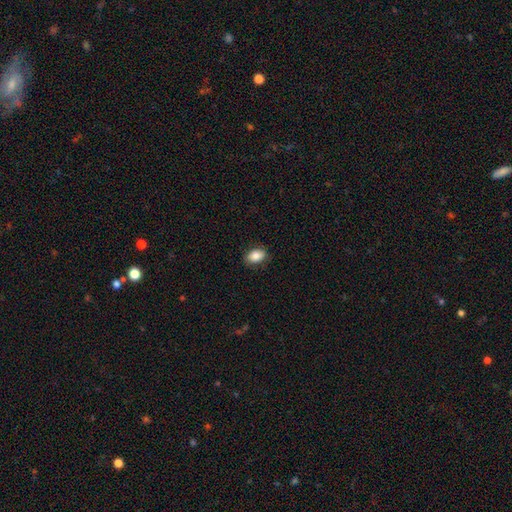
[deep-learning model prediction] Smooth or featured? Predicted: smooth (p=0.86). How rounded? Predicted: in between (p=0.87). Merging? Predicted: none (p=0.87).